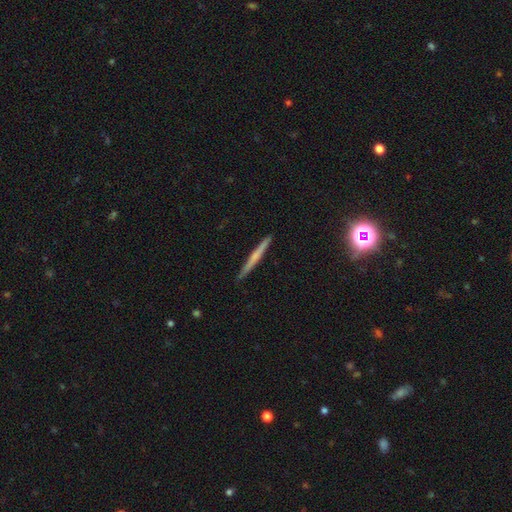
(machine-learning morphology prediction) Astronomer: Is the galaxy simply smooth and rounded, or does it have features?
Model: featured or disk — 50% (runner-up: smooth, 43%).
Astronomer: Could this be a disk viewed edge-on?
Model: yes — 98%.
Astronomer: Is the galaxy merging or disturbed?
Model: none — 91%.